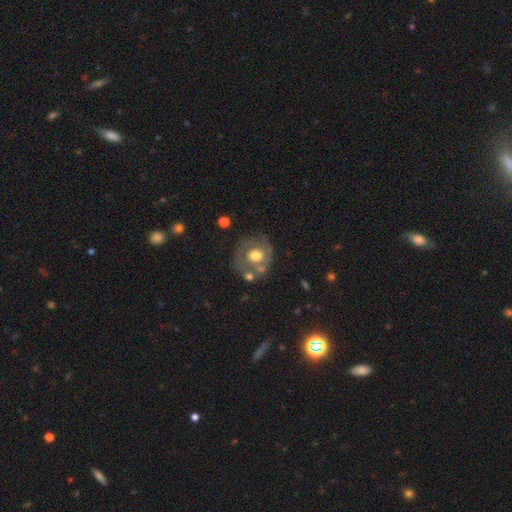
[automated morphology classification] Smooth or featured?
  - featured or disk: 50% *
  - smooth: 43%
  - star or artifact: 8%
Merging?
  - none: 60% *
  - minor disturbance: 19%
  - merger: 12%
  - major disturbance: 9%